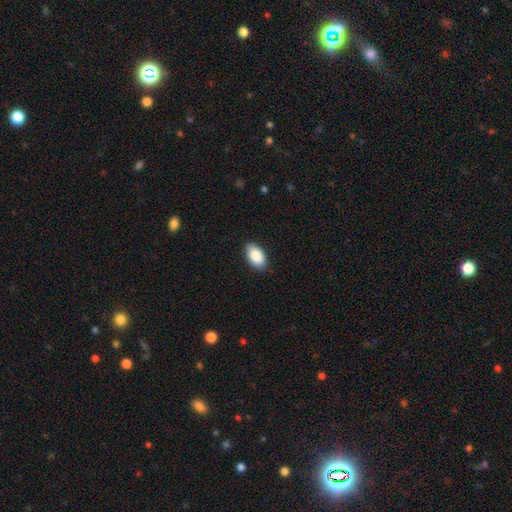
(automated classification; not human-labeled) A smooth galaxy with no disk features (88%) that is in between round and cigar-shaped (95%).

Vote fractions:
- Smooth or featured? smooth: 88% / star or artifact: 6% / featured or disk: 6%
- How rounded? in between: 95% / round: 4% / cigar-shaped: 2%
- Merging? none: 88% / minor disturbance: 9% / major disturbance: 2% / merger: 1%